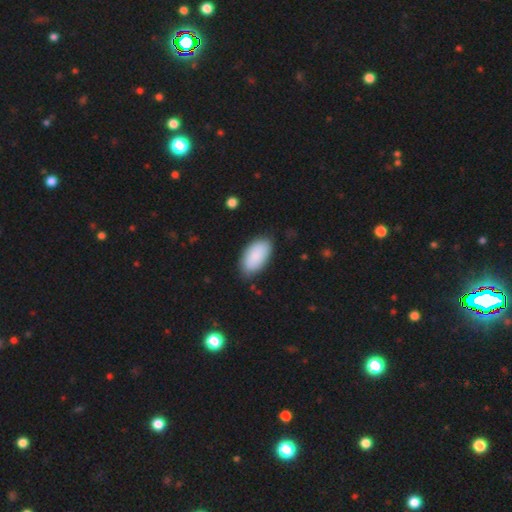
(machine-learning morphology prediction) smooth 87%, featured or disk 7%, star or artifact 6%. Down the decision tree: how rounded — in between (95%); merging — none (81%).